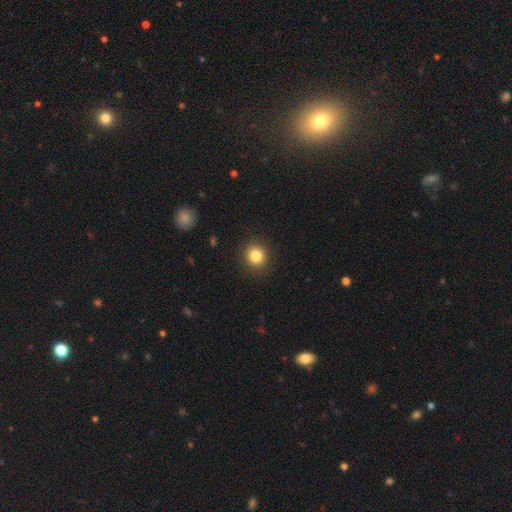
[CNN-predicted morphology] Q: Smooth or featured?
A: smooth (84%); runner-up: star or artifact (10%)
Q: How rounded?
A: round (90%); runner-up: in between (9%)
Q: Merging?
A: none (90%); runner-up: minor disturbance (6%)